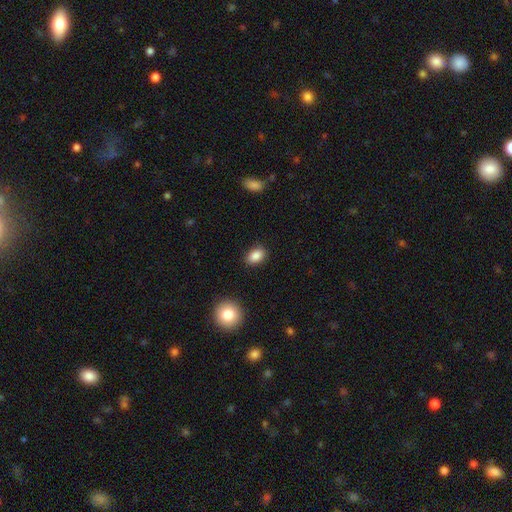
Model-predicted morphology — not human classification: smooth 87%, star or artifact 9%, featured or disk 4%. Down the decision tree: how rounded — in between (78%); merging — none (86%).